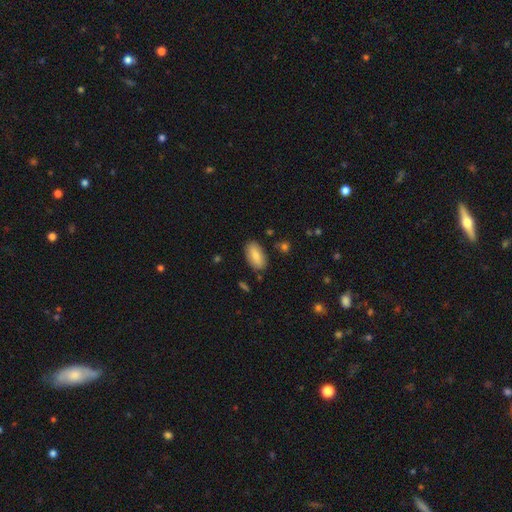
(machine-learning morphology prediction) This is clearly a smooth galaxy (80%). How rounded: clearly in between (92%). Merging: clearly none (84%).